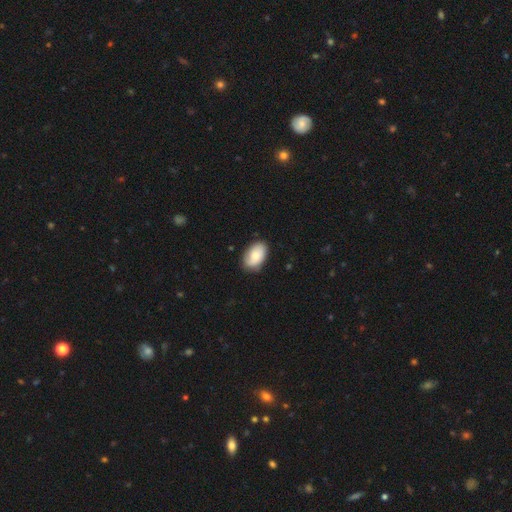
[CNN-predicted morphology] This appears to be a smooth galaxy with no disk features (76%) that is in between round and cigar-shaped (91%). Merging: none (79%).